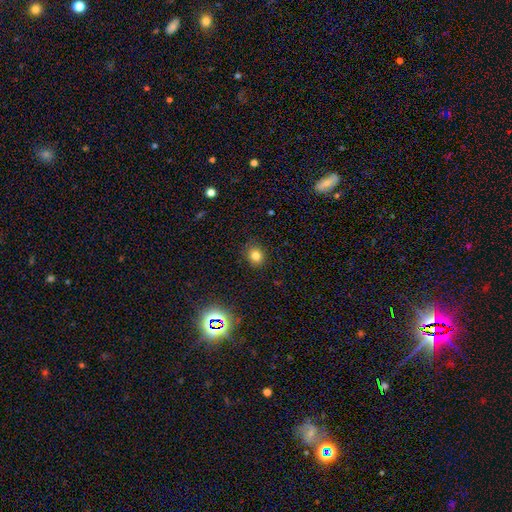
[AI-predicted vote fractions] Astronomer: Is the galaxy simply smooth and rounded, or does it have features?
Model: smooth — 79%.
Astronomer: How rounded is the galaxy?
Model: round — 74%.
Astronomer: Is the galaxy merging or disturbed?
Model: none — 88%.